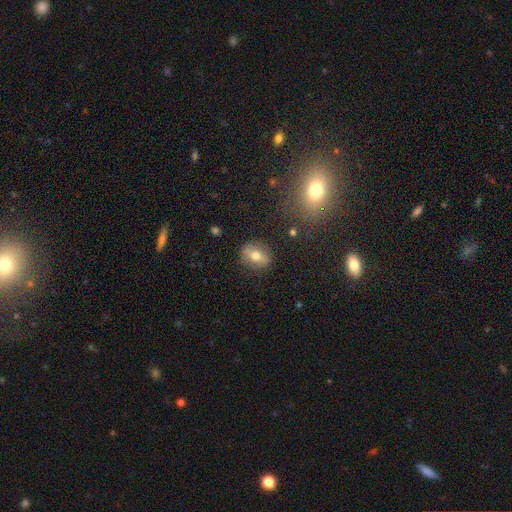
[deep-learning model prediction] smooth-or-featured: smooth: 52% | featured or disk: 38% | star or artifact: 10%
  how-rounded: round: 49% | in between: 47% | cigar-shaped: 4%
  merging: none: 85% | minor disturbance: 10% | major disturbance: 3% | merger: 2%